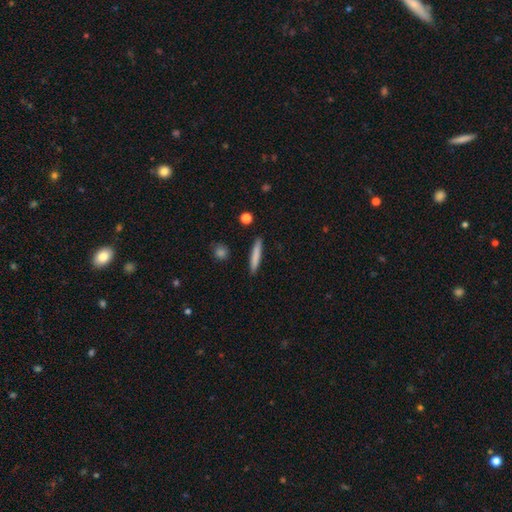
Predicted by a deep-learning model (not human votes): Smooth or featured: smooth — 79% (featured or disk — 15%)
How rounded: cigar-shaped — 93% (in between — 5%)
Merging: none — 91% (minor disturbance — 6%)